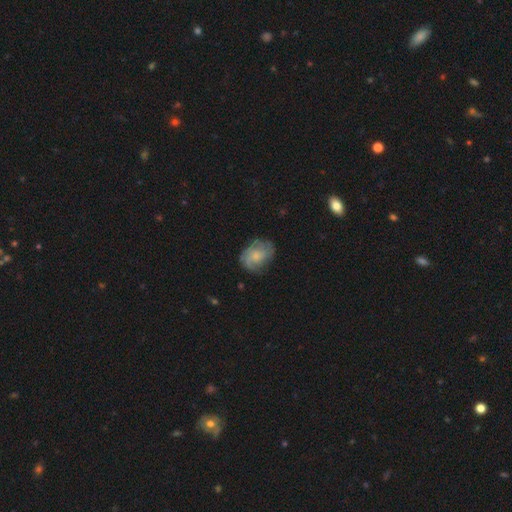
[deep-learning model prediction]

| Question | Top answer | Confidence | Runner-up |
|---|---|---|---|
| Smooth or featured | featured or disk | 58% | smooth (35%) |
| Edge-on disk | no | 98% | yes (2%) |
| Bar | no | 73% | weak (24%) |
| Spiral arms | yes | 86% | no (14%) |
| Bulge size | small | 47% | moderate (33%) |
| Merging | none | 67% | minor disturbance (22%) |